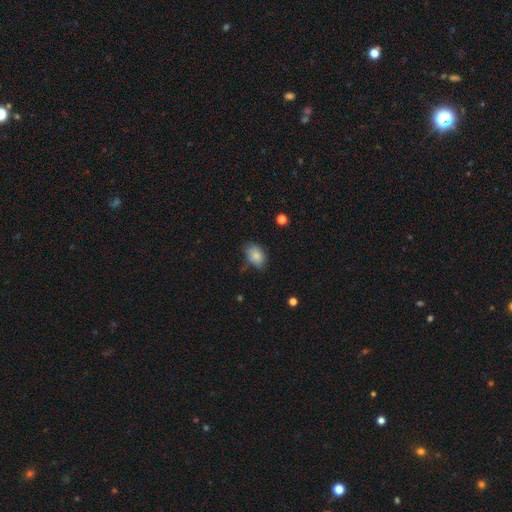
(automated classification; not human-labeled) Overall: smooth (84%). How rounded: in between (83%). Merging: none (64%; minor disturbance 27%).